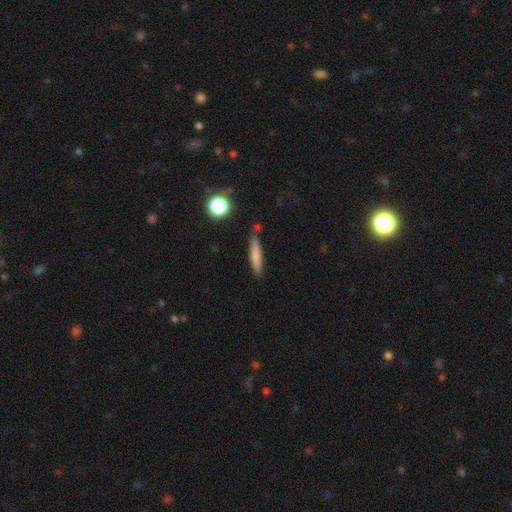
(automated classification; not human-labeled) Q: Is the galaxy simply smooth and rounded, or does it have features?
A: smooth — 75%.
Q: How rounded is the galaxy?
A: cigar-shaped — 89%.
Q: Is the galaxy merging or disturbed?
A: none — 81%.